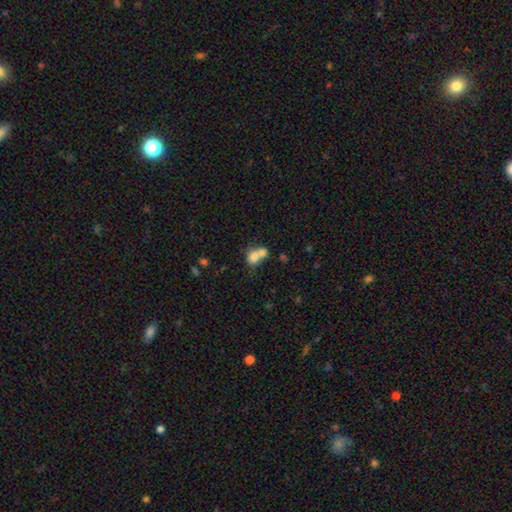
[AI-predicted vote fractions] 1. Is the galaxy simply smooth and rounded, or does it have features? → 74% smooth, 16% featured or disk, 10% star or artifact.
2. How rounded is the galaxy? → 53% in between, 46% round, 1% cigar-shaped.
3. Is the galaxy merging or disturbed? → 66% merger, 22% none, 7% minor disturbance, 4% major disturbance.